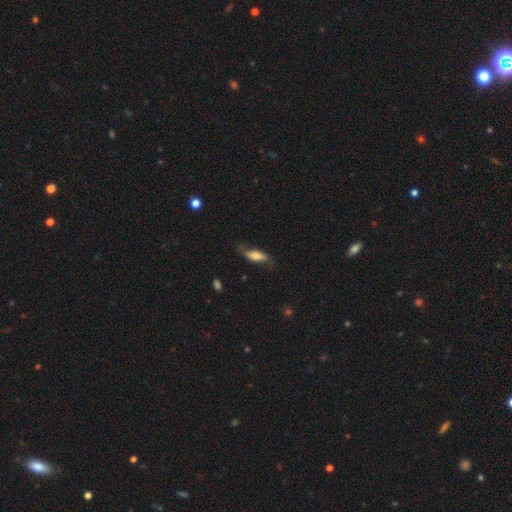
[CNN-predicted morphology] A smooth galaxy with no disk features (49%). Merging: none (63%).